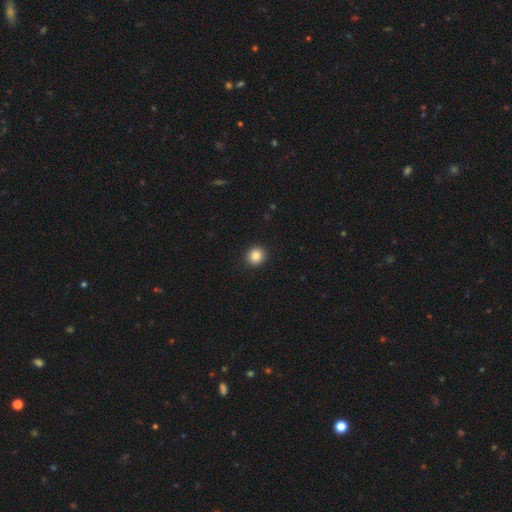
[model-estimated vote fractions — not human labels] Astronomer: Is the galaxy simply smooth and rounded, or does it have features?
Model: smooth — 85%.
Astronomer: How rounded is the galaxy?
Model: round — 89%.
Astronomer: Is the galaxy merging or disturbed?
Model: none — 93%.